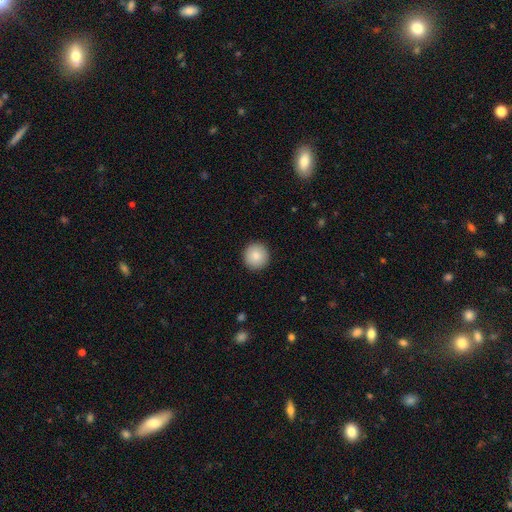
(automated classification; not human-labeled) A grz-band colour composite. It shows a smooth galaxy with no disk features (86%) that is round (96%). Merging: none (93%).